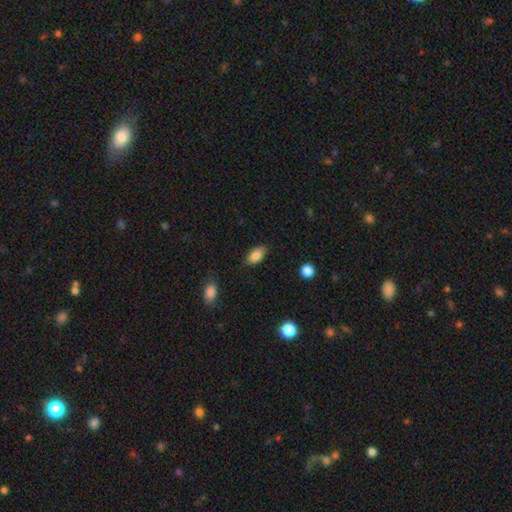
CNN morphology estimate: Smooth or featured: smooth — 85% (star or artifact — 8%)
How rounded: in between — 91% (cigar-shaped — 5%)
Merging: none — 82% (minor disturbance — 14%)